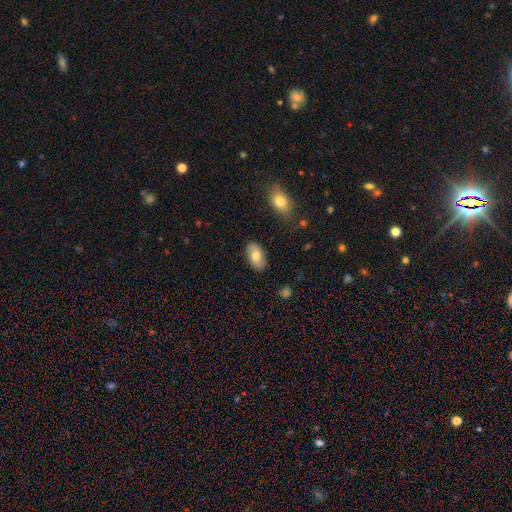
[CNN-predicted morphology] smooth 65%, featured or disk 28%, star or artifact 7%. Down the decision tree: how rounded — in between (93%); merging — none (83%).